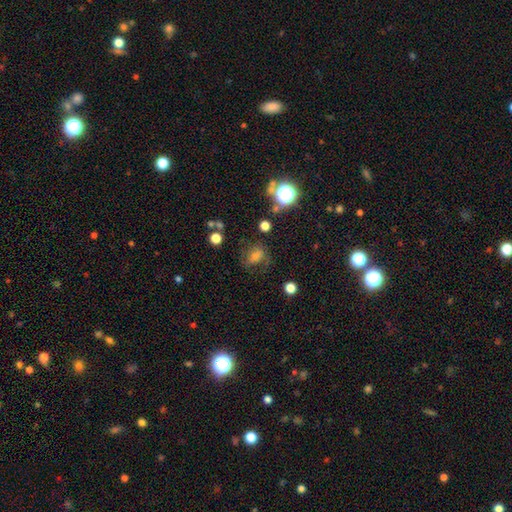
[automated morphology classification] smooth 41%, featured or disk 31%, star or artifact 28%. Down the decision tree: merging — none (61%).